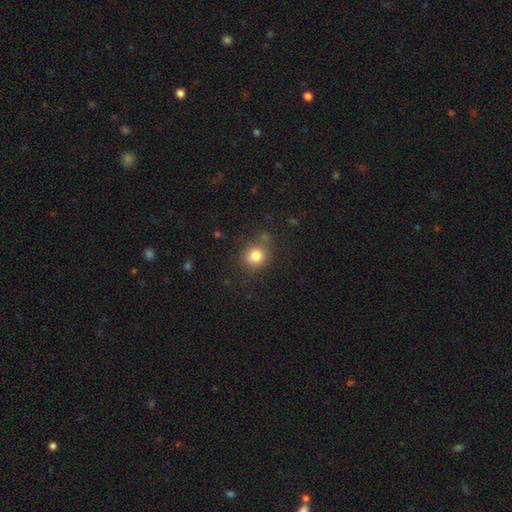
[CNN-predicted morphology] Overall: smooth (81%). How rounded: round (80%). Merging: none (73%).